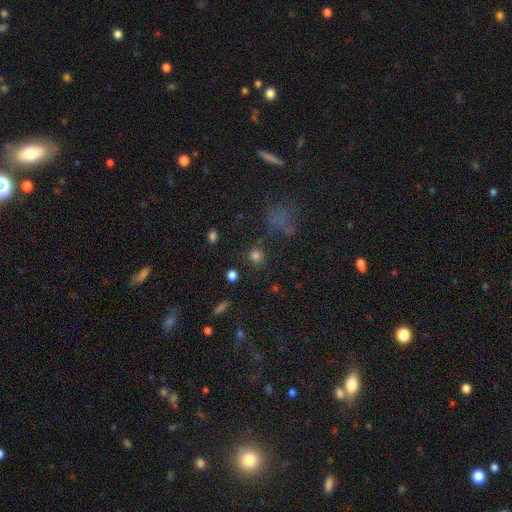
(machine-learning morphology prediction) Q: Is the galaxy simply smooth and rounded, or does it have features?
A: smooth — 78%.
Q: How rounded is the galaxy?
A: round — 91%.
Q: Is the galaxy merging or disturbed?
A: none — 80%.